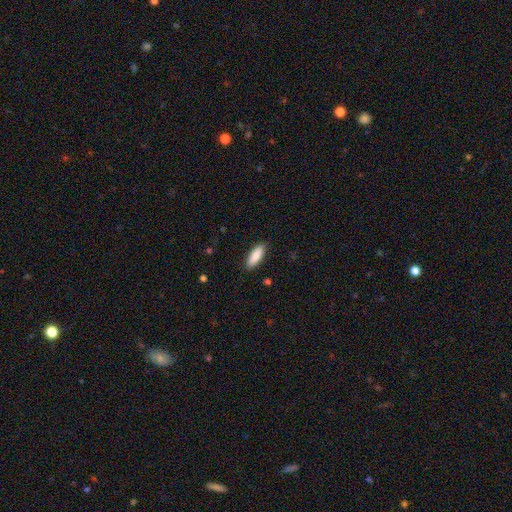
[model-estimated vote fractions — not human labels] Morphology: type=smooth (87%); roundness=in between (65%); merging=none (88%).